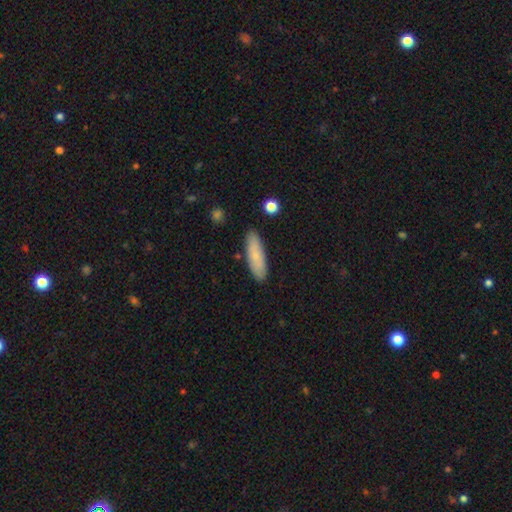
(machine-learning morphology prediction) A smooth galaxy with no disk features (73%) that is cigar-shaped (49%, tied with in between). Merging: none (85%).